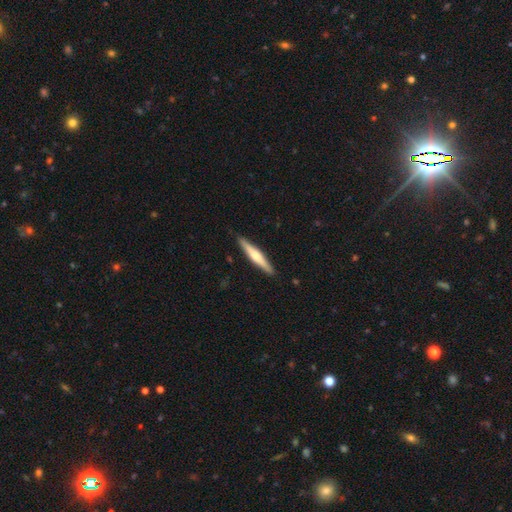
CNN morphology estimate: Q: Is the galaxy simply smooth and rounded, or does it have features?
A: featured or disk — 52%.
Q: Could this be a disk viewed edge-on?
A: yes — 97%.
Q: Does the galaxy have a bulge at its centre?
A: rounded — 72%.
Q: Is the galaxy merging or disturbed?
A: none — 91%.